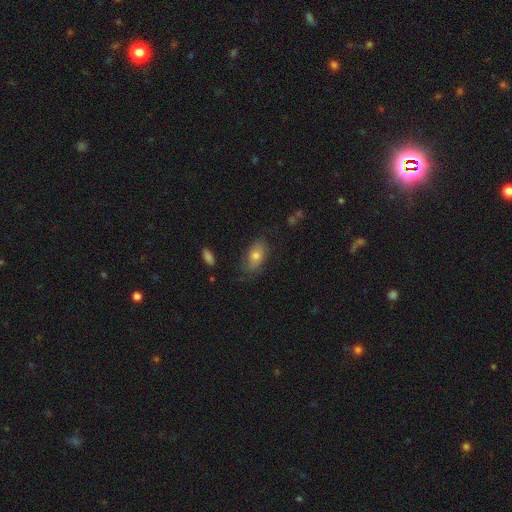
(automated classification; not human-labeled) Overall: smooth (68%). How rounded: in between (87%). Merging: none (70%).